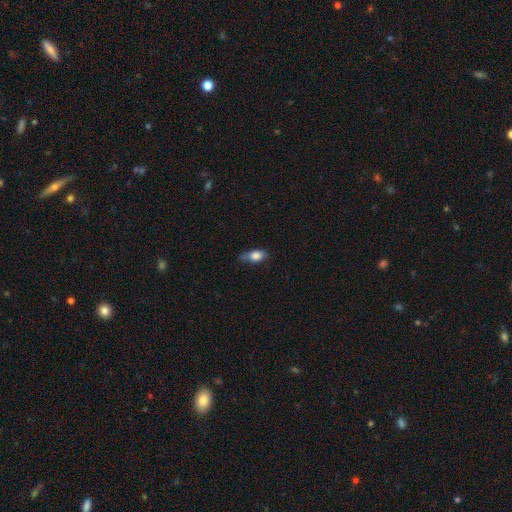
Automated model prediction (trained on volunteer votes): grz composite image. It shows a smooth galaxy with no disk features (80%) that is in between round and cigar-shaped (85%). Merging: none (54%).